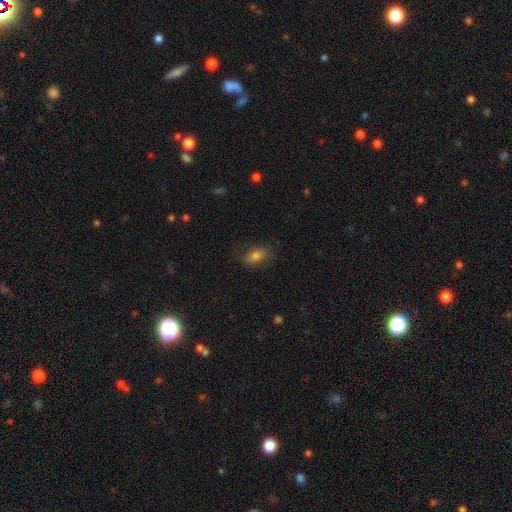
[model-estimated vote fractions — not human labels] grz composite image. It shows a smooth galaxy with no disk features (72%) that is in between round and cigar-shaped (81%). Merging: none (79%).